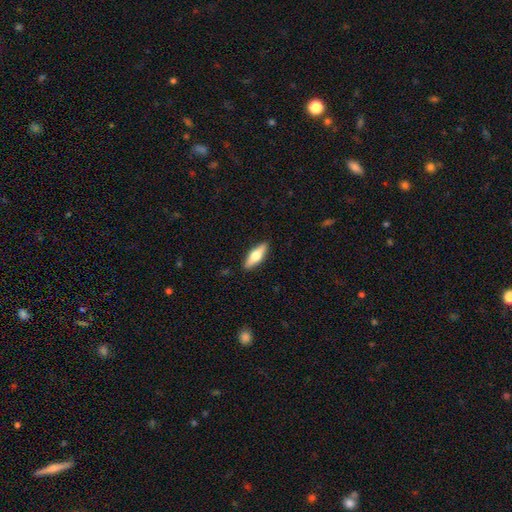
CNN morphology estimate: Smooth or featured: smooth — 50% (featured or disk — 44%)
How rounded: cigar-shaped — 50% (in between — 47%)
Merging: none — 90% (minor disturbance — 8%)